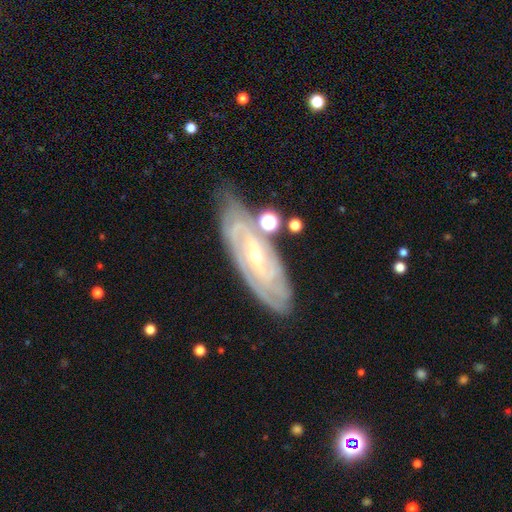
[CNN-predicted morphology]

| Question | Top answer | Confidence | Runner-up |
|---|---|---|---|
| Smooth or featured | featured or disk | 86% | smooth (8%) |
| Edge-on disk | no | 89% | yes (11%) |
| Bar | no | 39% | weak (37%) |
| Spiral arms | yes | 95% | no (5%) |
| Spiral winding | tight | 73% | medium (22%) |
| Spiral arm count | can't tell | 35% | 2 (28%) |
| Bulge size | small | 65% | moderate (32%) |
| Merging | none | 70% | minor disturbance (19%) |